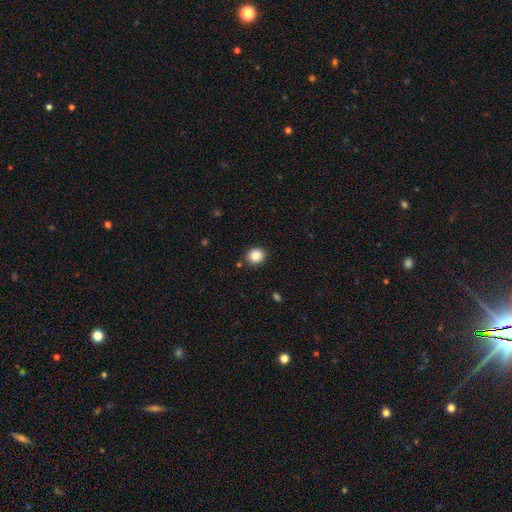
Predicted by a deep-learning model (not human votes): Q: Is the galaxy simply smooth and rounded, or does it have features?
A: smooth — 87%.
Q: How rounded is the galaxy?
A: round — 81%.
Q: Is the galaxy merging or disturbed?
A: none — 88%.